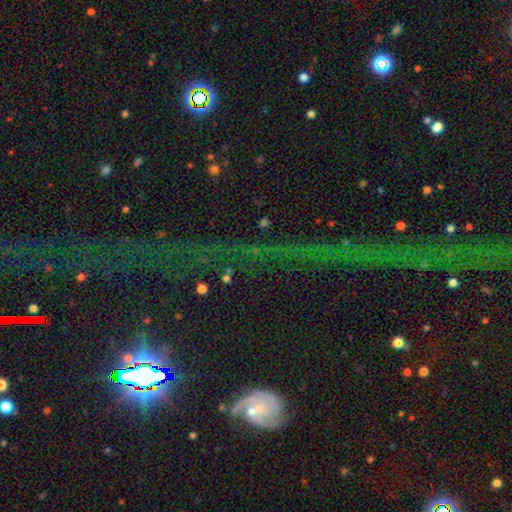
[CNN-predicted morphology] smooth-or-featured: star or artifact: 68% | featured or disk: 19% | smooth: 12%